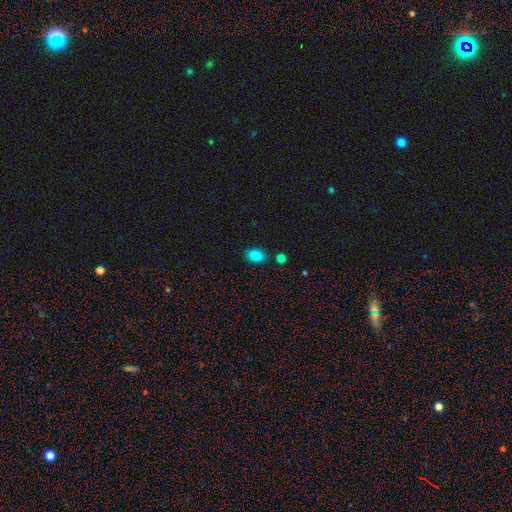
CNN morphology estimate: smooth 86%, star or artifact 10%, featured or disk 3%. Down the decision tree: how rounded — in between (80%); merging — none (81%).